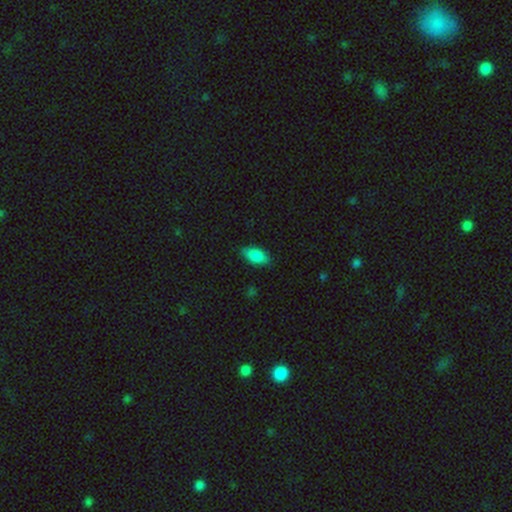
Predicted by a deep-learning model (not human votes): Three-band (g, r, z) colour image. It shows a smooth galaxy with no disk features (86%) that is in between round and cigar-shaped (91%). Merging: none (83%).